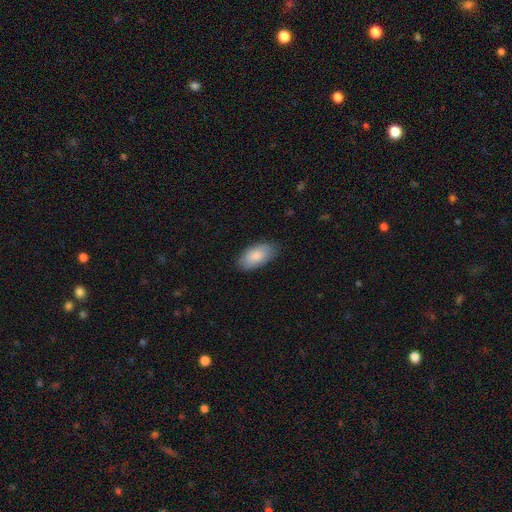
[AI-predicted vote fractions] Morphology: type=smooth (86%); roundness=in between (95%); merging=none (82%).